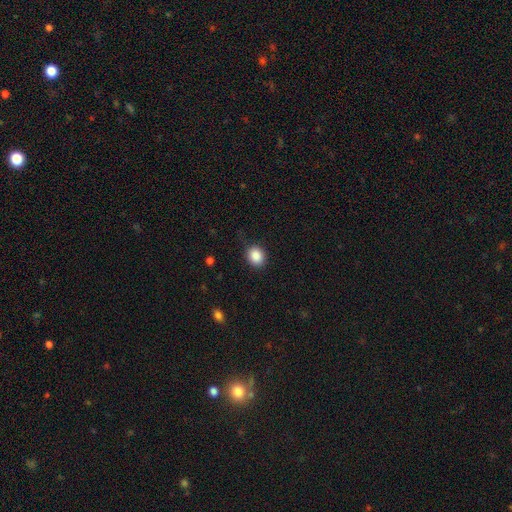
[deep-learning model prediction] A smooth galaxy with no disk features (87%) that is round (67%). Merging: none (84%).